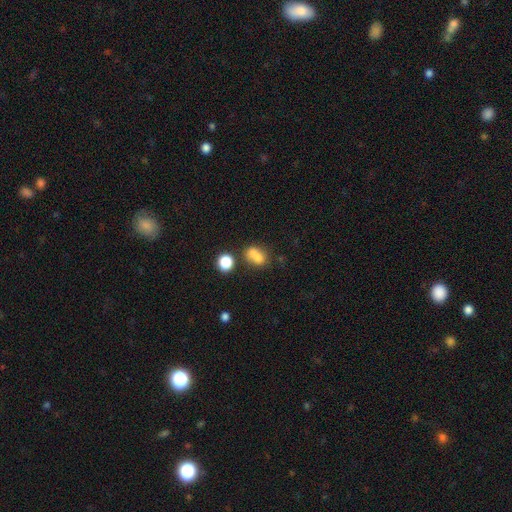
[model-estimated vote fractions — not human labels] smooth-or-featured: smooth: 72% | featured or disk: 15% | star or artifact: 13%
  how-rounded: in between: 53% | round: 45% | cigar-shaped: 2%
  merging: merger: 51% | none: 32% | minor disturbance: 11% | major disturbance: 6%